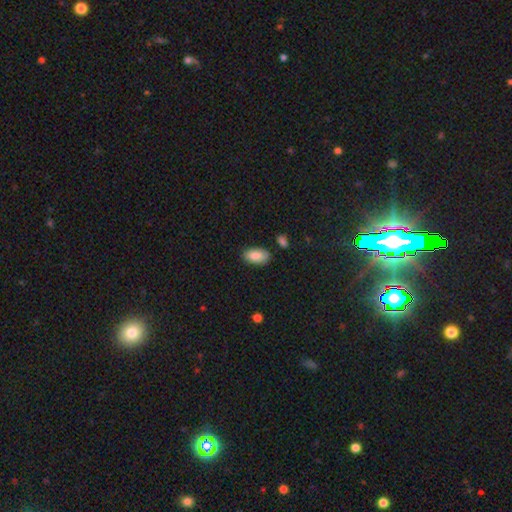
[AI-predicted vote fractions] smooth 86%, featured or disk 7%, star or artifact 7%. Down the decision tree: how rounded — in between (94%); merging — none (81%).